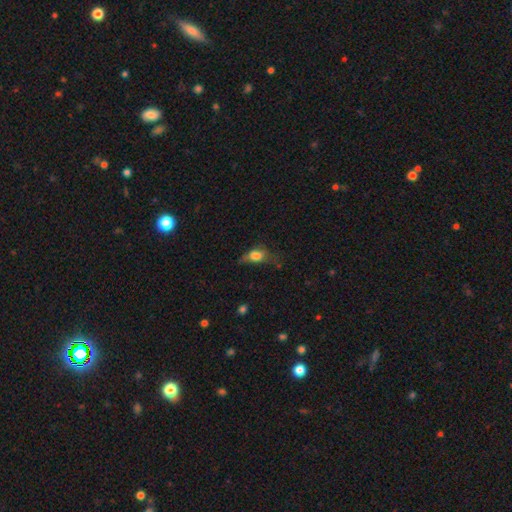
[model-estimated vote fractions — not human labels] smooth 68%, featured or disk 21%, star or artifact 11%. Down the decision tree: how rounded — in between (75%); merging — major disturbance (34%).